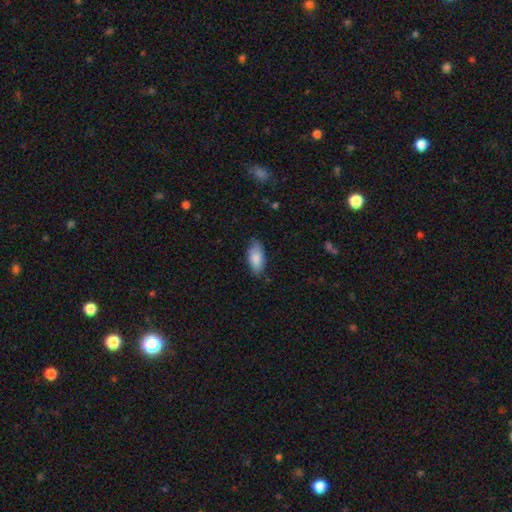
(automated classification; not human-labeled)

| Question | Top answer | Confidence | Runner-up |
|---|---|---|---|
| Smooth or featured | smooth | 85% | featured or disk (8%) |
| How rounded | in between | 91% | cigar-shaped (6%) |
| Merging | none | 77% | minor disturbance (19%) |